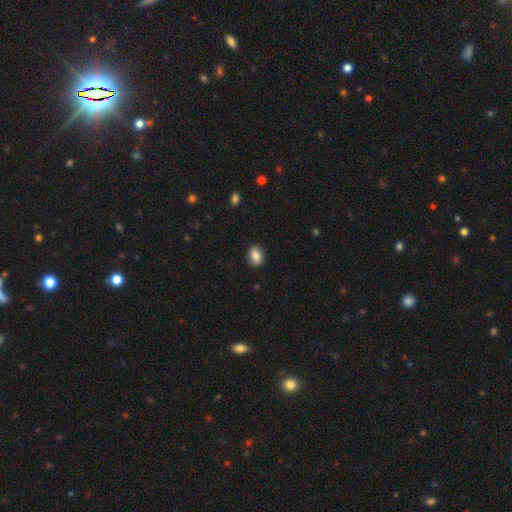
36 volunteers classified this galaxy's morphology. A smooth galaxy with no disk features (81%) that is in between round and cigar-shaped (69%).

Vote fractions:
- Smooth or featured? smooth: 81% / featured or disk: 14% / star or artifact: 6%
- How rounded? in between: 69% / round: 28% / cigar-shaped: 3%
- Merging? none: 88% / minor disturbance: 12% / major disturbance: 0% / merger: 0%